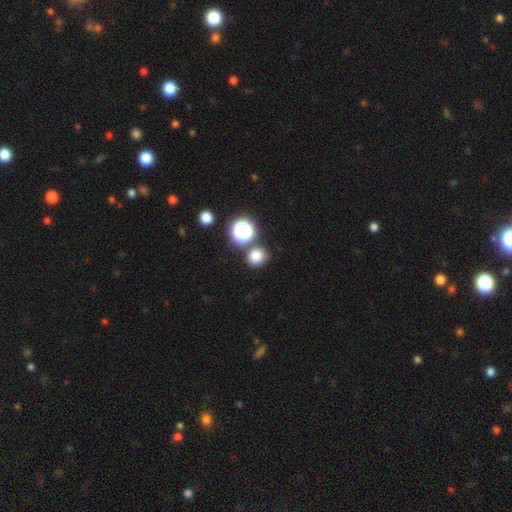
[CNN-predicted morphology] A smooth galaxy with no disk features (78%) that is round (80%).

Vote fractions:
- Smooth or featured? smooth: 78% / star or artifact: 17% / featured or disk: 6%
- How rounded? round: 80% / in between: 19% / cigar-shaped: 1%
- Merging? none: 77% / merger: 11% / minor disturbance: 9% / major disturbance: 3%